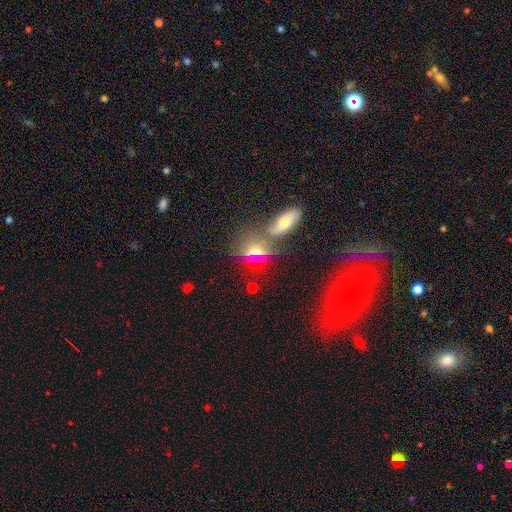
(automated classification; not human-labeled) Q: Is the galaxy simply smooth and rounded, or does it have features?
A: smooth — 54%.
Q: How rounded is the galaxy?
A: round — 56%.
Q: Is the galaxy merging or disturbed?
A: none — 63%.